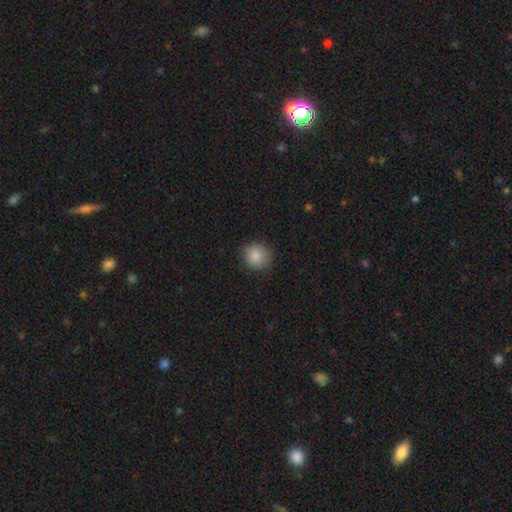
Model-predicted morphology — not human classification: smooth 87%, star or artifact 8%, featured or disk 5%. Down the decision tree: how rounded — round (87%); merging — none (83%).